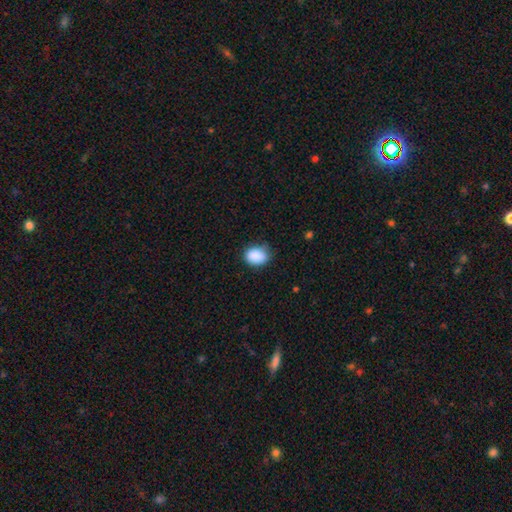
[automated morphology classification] smooth_or_featured: smooth (p=0.89) [alt: star or artifact p=0.08]
how_rounded: in between (p=0.61) [alt: round p=0.38]
merging: none (p=0.76) [alt: minor disturbance p=0.20]